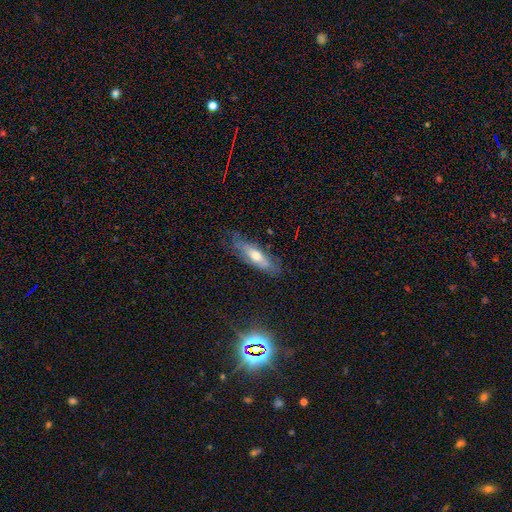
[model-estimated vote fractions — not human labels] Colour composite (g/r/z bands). It shows a smooth galaxy with no disk features (46%, tied with featured or disk). Merging: none (69%).